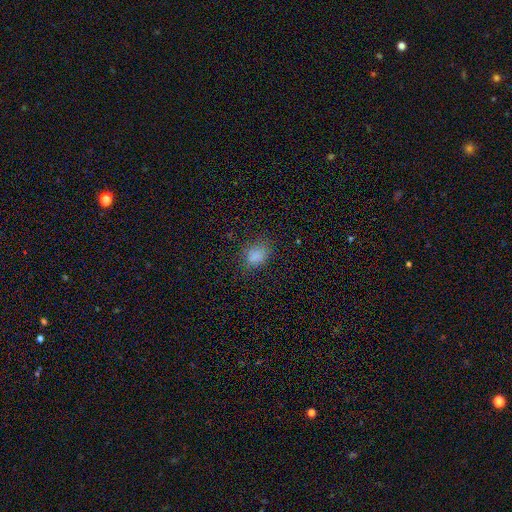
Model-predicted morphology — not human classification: type=smooth (81%); roundness=in between (60%); merging=none (76%).